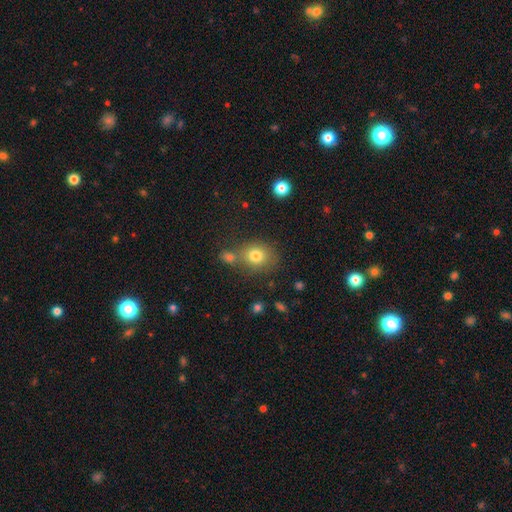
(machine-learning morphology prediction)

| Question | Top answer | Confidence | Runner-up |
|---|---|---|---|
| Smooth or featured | smooth | 78% | star or artifact (13%) |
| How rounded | round | 69% | in between (30%) |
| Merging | none | 61% | merger (23%) |